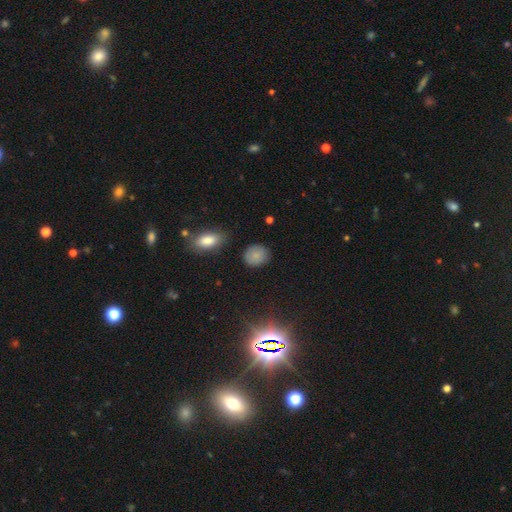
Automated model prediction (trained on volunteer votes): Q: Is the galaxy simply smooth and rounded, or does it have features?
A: smooth — 81%.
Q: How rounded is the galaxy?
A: round — 75%.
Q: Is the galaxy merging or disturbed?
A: none — 84%.